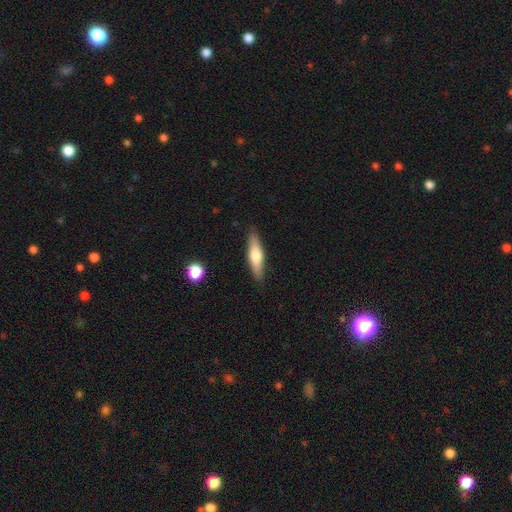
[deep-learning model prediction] Q: Smooth or featured?
A: smooth (55%); runner-up: featured or disk (39%)
Q: How rounded?
A: cigar-shaped (71%); runner-up: in between (27%)
Q: Merging?
A: none (88%); runner-up: minor disturbance (9%)